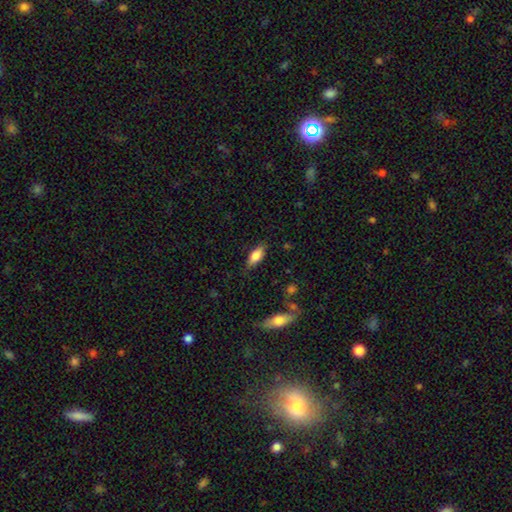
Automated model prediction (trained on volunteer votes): Q: Smooth or featured?
A: smooth (78%); runner-up: featured or disk (15%)
Q: How rounded?
A: in between (79%); runner-up: cigar-shaped (19%)
Q: Merging?
A: none (81%); runner-up: minor disturbance (14%)